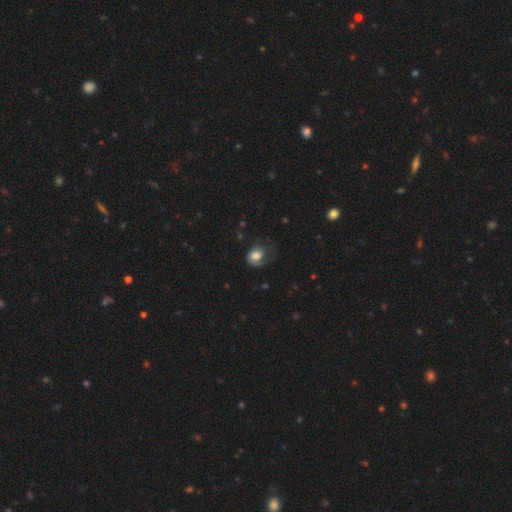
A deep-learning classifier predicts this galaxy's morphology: smooth-or-featured: smooth: 64% | featured or disk: 27% | star or artifact: 9%
  how-rounded: in between: 50% | round: 49% | cigar-shaped: 1%
  merging: none: 39% | major disturbance: 32% | minor disturbance: 28% | merger: 2%